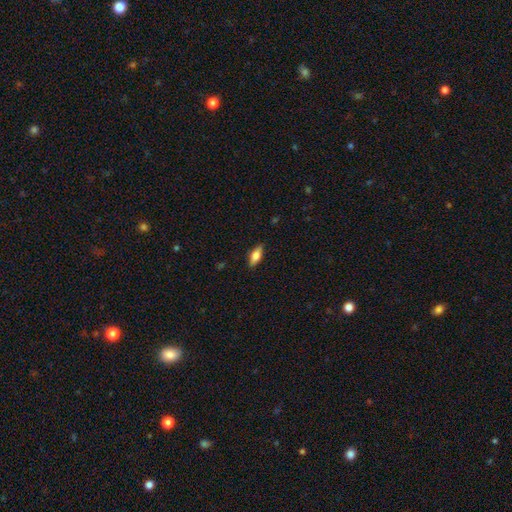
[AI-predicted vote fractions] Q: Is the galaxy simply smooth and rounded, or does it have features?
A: smooth — 65%.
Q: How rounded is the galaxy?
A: in between — 73%.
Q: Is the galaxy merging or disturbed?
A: none — 86%.